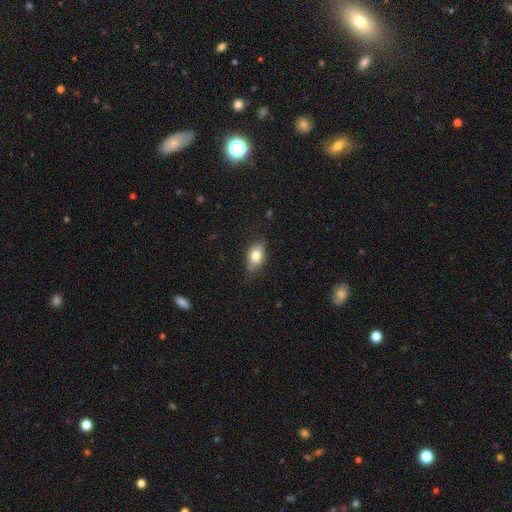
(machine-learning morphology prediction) This appears to be a smooth galaxy with no disk features (76%) that is in between round and cigar-shaped (82%). Merging: none (69%).